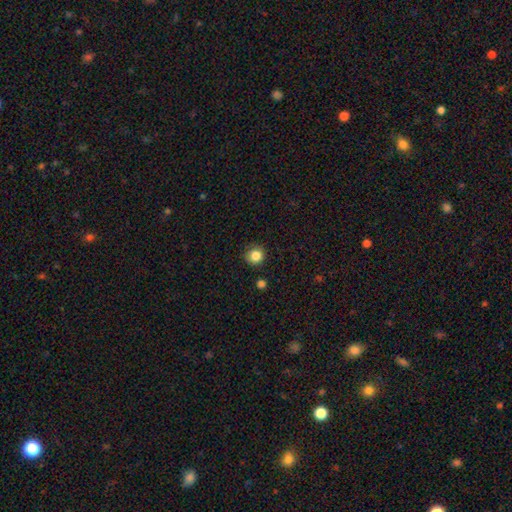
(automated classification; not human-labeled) The model was most divided on "smooth or featured": smooth: 84%, star or artifact: 11%, featured or disk: 5%. More confident: how rounded — round (92%); merging — none (85%).